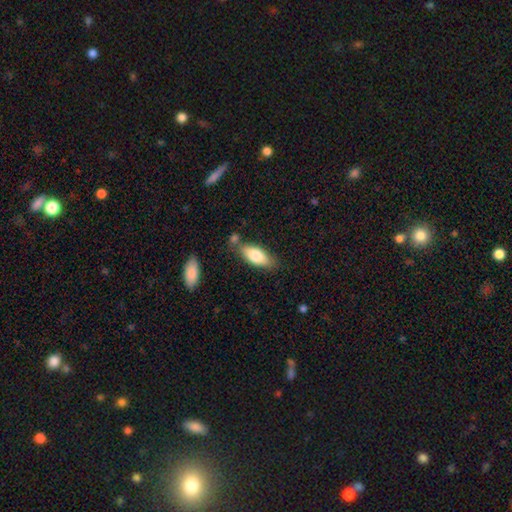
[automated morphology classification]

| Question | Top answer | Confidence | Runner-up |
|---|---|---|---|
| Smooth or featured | smooth | 79% | featured or disk (15%) |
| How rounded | in between | 82% | cigar-shaped (16%) |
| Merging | none | 70% | minor disturbance (17%) |